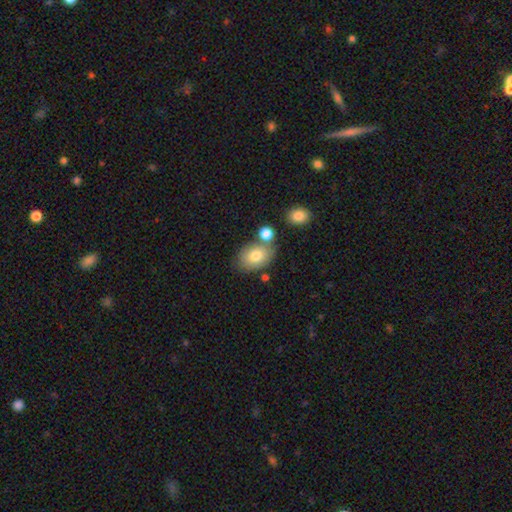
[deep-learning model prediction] smooth 78%, featured or disk 13%, star or artifact 8%. Down the decision tree: how rounded — in between (79%); merging — none (64%).